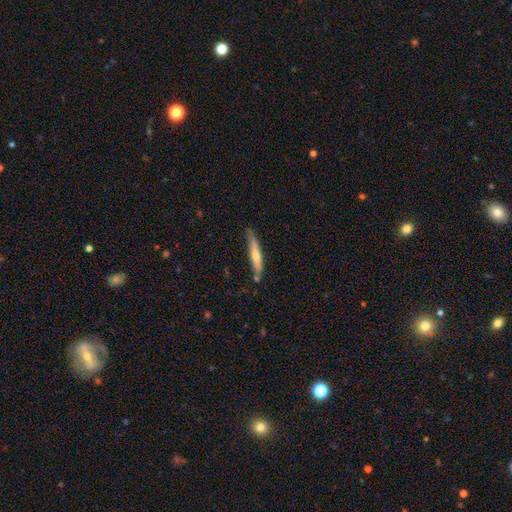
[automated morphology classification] A featured or disk galaxy (48%). Merging: none (77%).